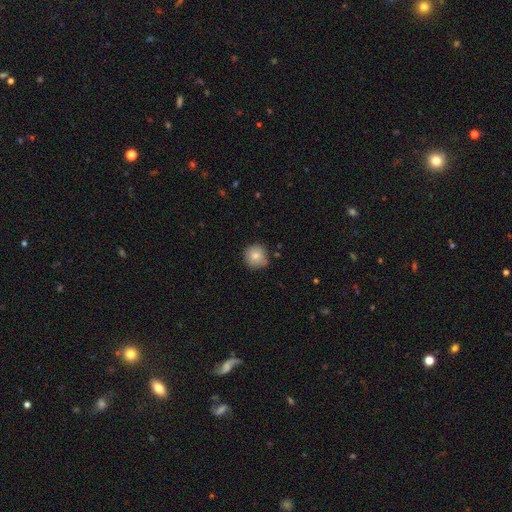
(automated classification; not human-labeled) Overall: smooth (80%). How rounded: round (95%). Merging: none (80%).